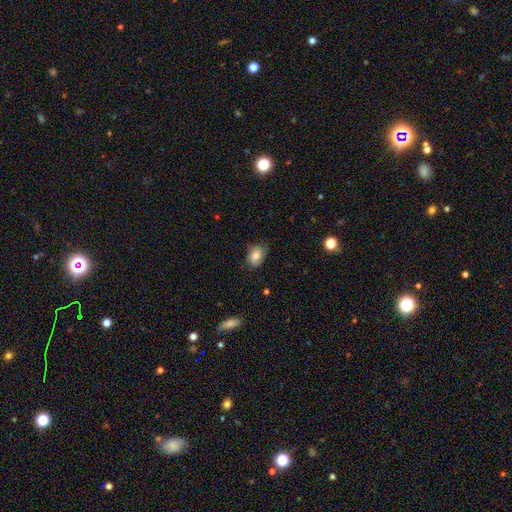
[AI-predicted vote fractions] Q: Smooth or featured?
A: smooth (76%); runner-up: featured or disk (15%)
Q: How rounded?
A: in between (76%); runner-up: round (23%)
Q: Merging?
A: none (70%); runner-up: minor disturbance (24%)